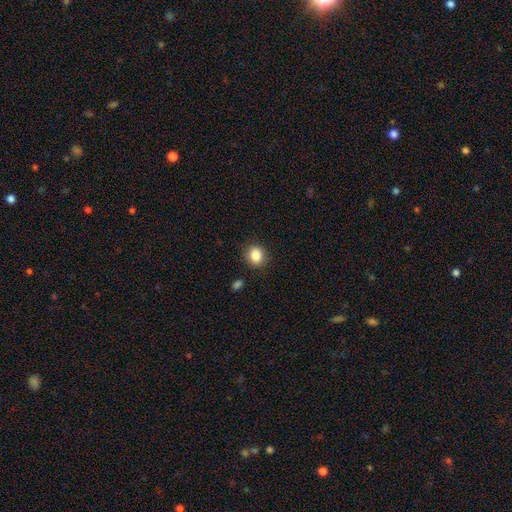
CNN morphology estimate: Smooth or featured? smooth (86%)
How rounded? round (66%)
Merging? none (86%)